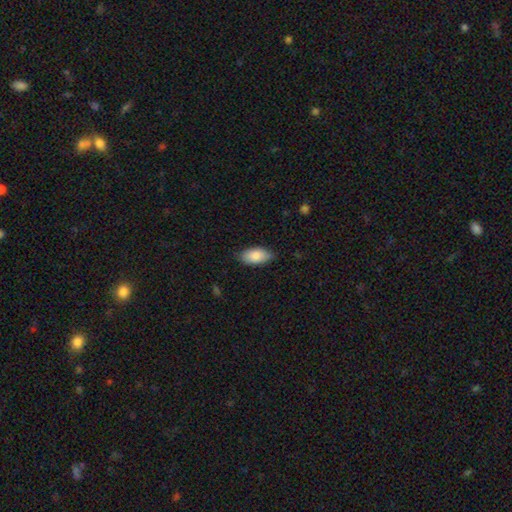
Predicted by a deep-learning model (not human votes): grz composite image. It shows a smooth galaxy with no disk features (85%) that is in between round and cigar-shaped (93%). Merging: none (81%).